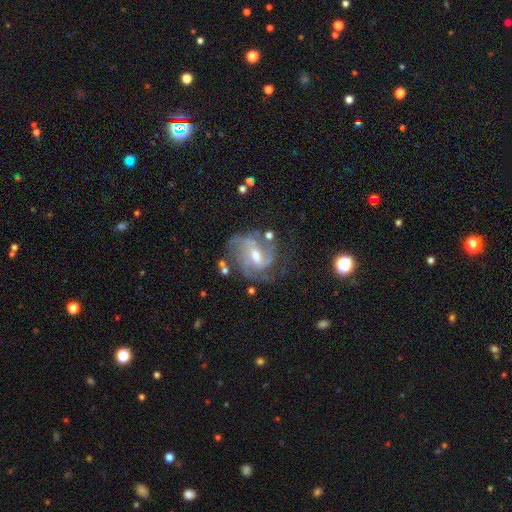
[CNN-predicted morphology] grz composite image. It shows a featured or disk galaxy (87%) with a weak bar (54%), 2 (33%) medium (46%) spiral arms (95%) and a moderate central bulge (59%). Merging: none (57%).